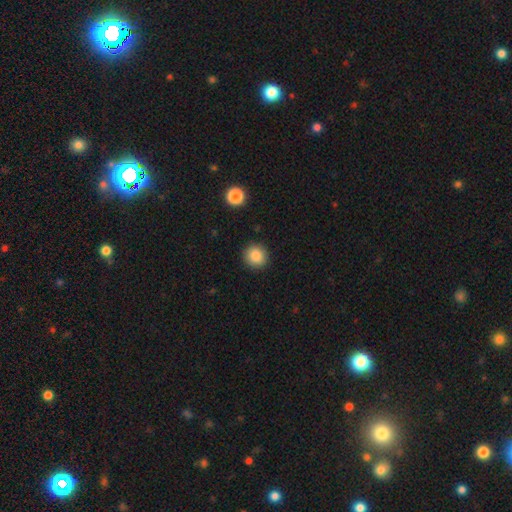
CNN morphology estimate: Smooth or featured? Predicted: smooth (p=0.86). How rounded? Predicted: round (p=0.92). Merging? Predicted: none (p=0.91).